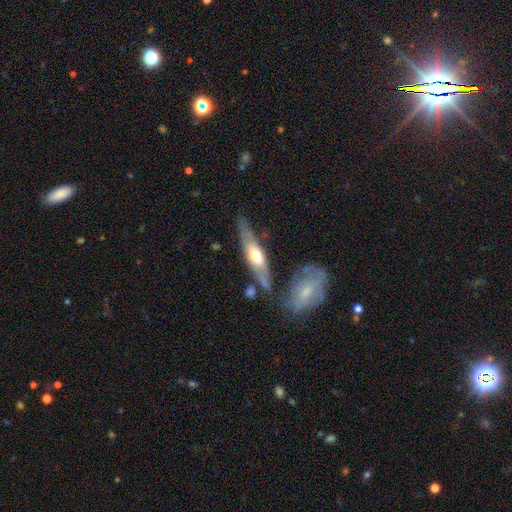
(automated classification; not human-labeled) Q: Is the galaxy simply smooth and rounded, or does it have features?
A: featured or disk — 61%.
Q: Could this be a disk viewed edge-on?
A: yes — 73%.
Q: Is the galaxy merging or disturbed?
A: none — 67%.